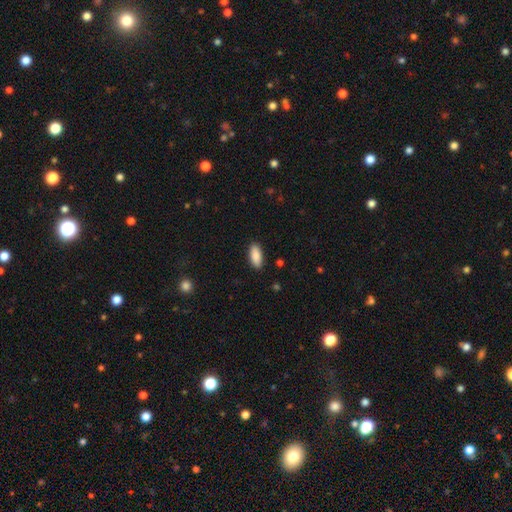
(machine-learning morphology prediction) The model was most divided on "how rounded": in between: 85%, cigar-shaped: 14%, round: 2%. More confident: smooth or featured — smooth (89%); merging — none (89%).